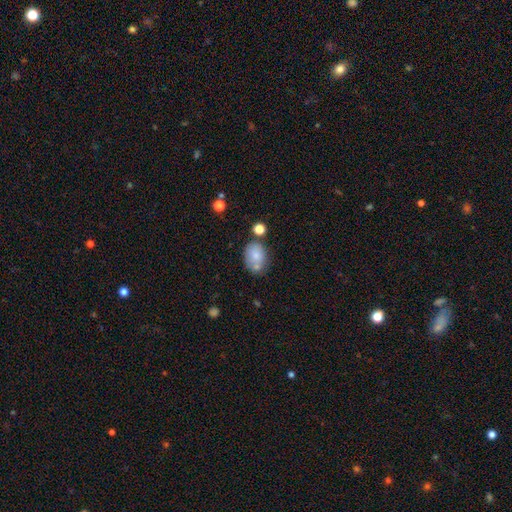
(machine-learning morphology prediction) smooth-or-featured: smooth: 76% | featured or disk: 15% | star or artifact: 9%
  how-rounded: in between: 73% | round: 26% | cigar-shaped: 1%
  merging: none: 53% | minor disturbance: 21% | merger: 19% | major disturbance: 7%